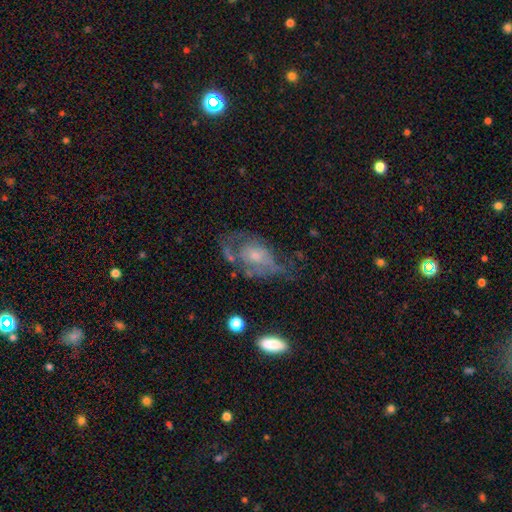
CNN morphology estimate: Overall: featured or disk (65%; smooth 25%). Edge-on disk: no (94%). Bar: no (79%). Spiral arms: yes (55%; no 45%). Bulge size: small (43%; moderate 40%). Merging: none (41%; major disturbance 30%).